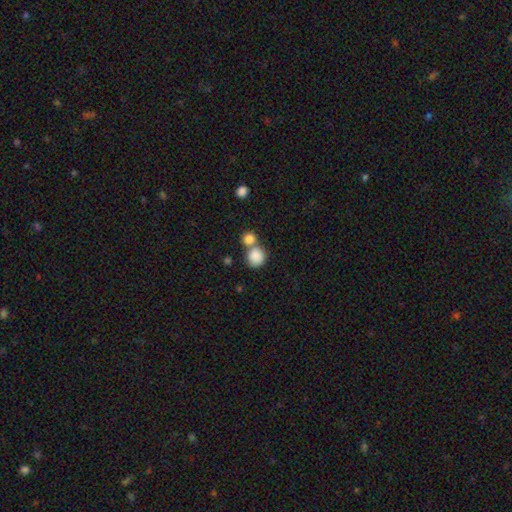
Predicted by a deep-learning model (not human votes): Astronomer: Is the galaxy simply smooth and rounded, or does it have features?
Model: smooth — 85%.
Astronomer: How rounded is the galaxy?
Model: round — 85%.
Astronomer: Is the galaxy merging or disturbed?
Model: none — 45% (runner-up: merger, 44%).